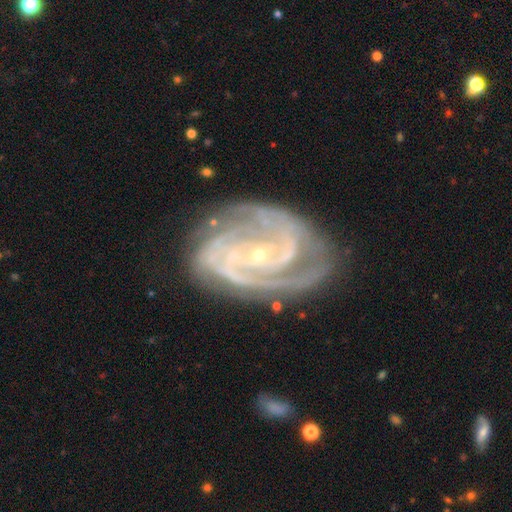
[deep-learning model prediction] featured or disk 91%, star or artifact 5%, smooth 3%. Down the decision tree: edge-on disk — no (97%); bar — no (46%); spiral arms — yes (98%); spiral arm count — 2 (35%); spiral winding — tight (63%); bulge size — small (84%); merging — none (71%).